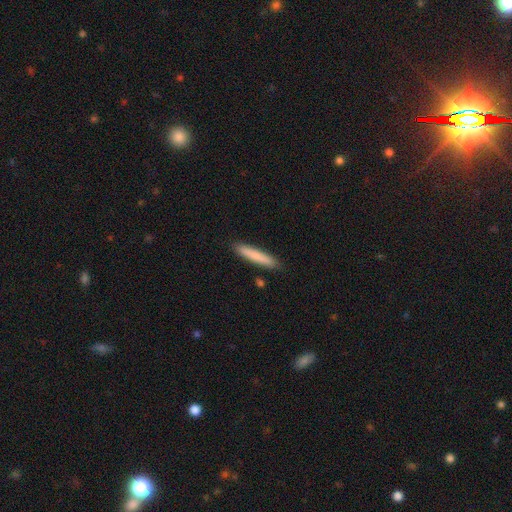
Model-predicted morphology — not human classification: Smooth or featured?
  - smooth: 81% *
  - featured or disk: 13%
  - star or artifact: 6%
How rounded?
  - cigar-shaped: 92% *
  - in between: 7%
  - round: 1%
Merging?
  - none: 88% *
  - minor disturbance: 8%
  - merger: 2%
  - major disturbance: 2%